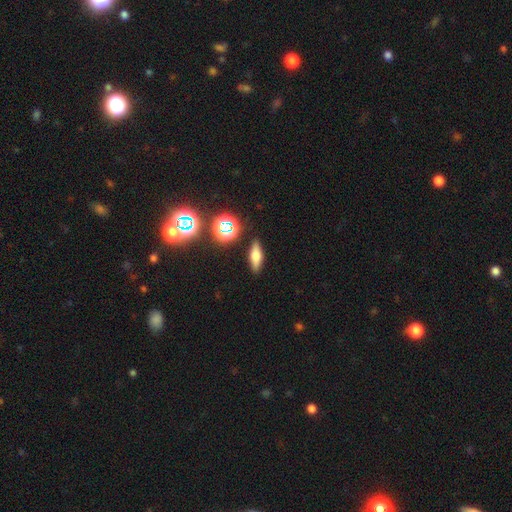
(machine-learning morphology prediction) Smooth or featured: smooth — 54% (featured or disk — 31%)
How rounded: in between — 51% (cigar-shaped — 43%)
Merging: none — 87% (minor disturbance — 9%)